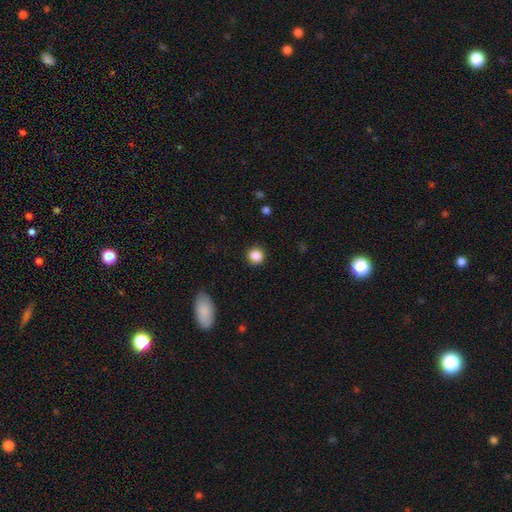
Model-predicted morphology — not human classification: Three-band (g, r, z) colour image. It shows a smooth galaxy with no disk features (86%) that is round (89%). Merging: none (89%).